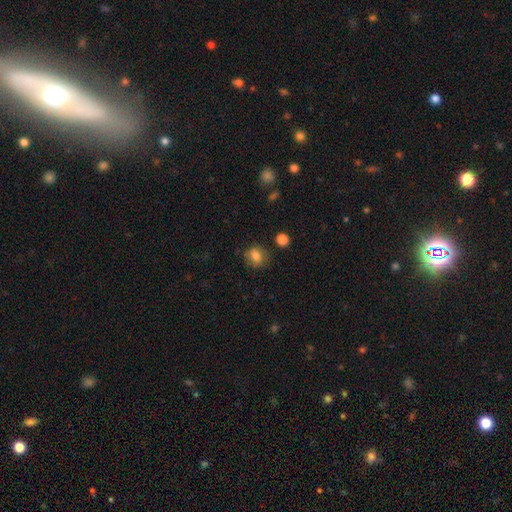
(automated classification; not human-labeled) This appears to be a smooth galaxy with no disk features (80%) that is round (67%). Merging: none (81%).